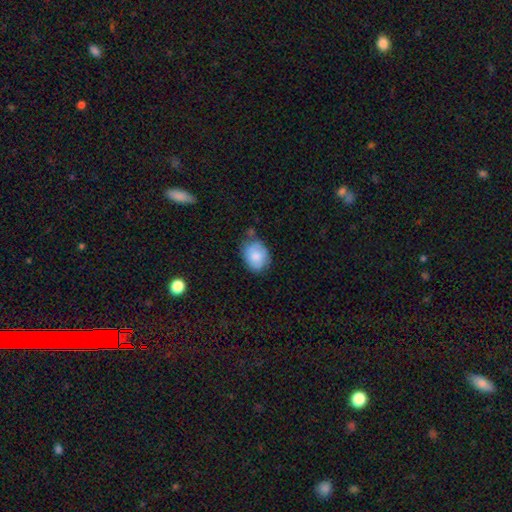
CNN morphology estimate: type=smooth (72%); roundness=in between (58%); merging=none (61%).